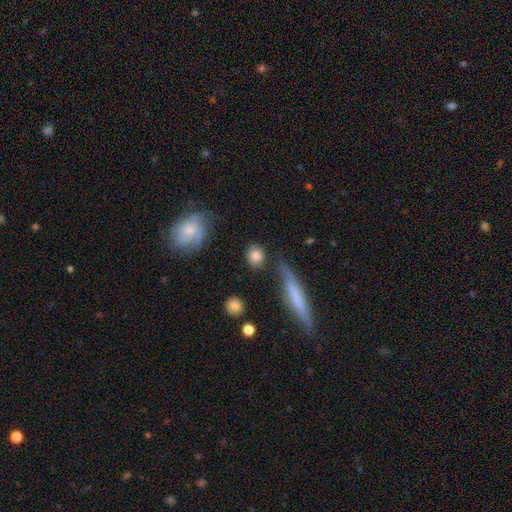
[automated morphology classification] smooth-or-featured: smooth: 82% | featured or disk: 11% | star or artifact: 7%
  how-rounded: round: 67% | in between: 28% | cigar-shaped: 5%
  merging: none: 72% | minor disturbance: 16% | merger: 6% | major disturbance: 6%